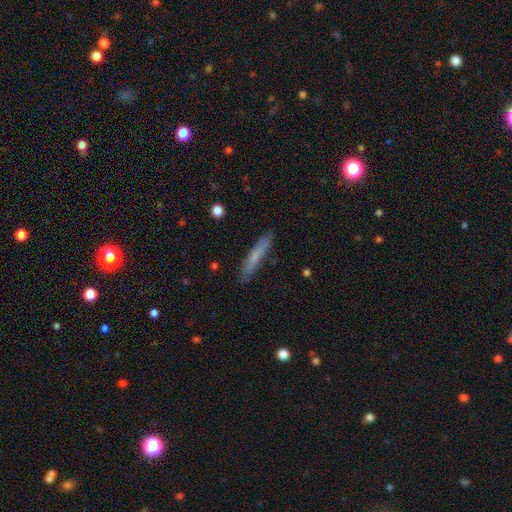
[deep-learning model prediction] A smooth galaxy with no disk features (67%) that is cigar-shaped (93%).

Vote fractions:
- Smooth or featured? smooth: 67% / featured or disk: 26% / star or artifact: 6%
- How rounded? cigar-shaped: 93% / in between: 6% / round: 1%
- Merging? none: 86% / minor disturbance: 10% / major disturbance: 2% / merger: 1%